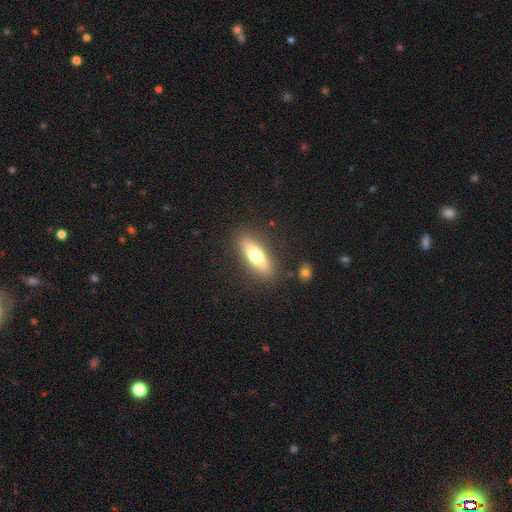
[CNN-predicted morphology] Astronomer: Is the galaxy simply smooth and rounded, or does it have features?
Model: smooth — 62%.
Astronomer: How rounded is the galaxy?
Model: cigar-shaped — 54% (runner-up: in between, 43%).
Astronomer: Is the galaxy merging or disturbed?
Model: none — 86%.